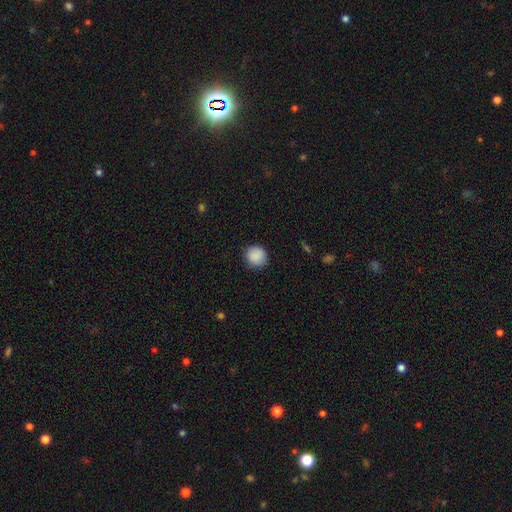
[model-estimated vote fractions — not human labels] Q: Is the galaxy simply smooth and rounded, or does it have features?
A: smooth — 89%.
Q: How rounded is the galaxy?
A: round — 87%.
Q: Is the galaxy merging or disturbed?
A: none — 87%.